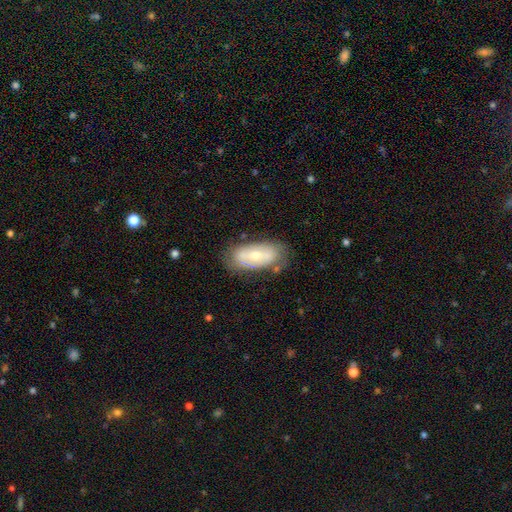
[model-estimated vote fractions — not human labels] A featured or disk galaxy (52%).

Vote fractions:
- Smooth or featured? featured or disk: 52% / smooth: 42% / star or artifact: 6%
- Edge-on disk? no: 89% / yes: 11%
- Merging? none: 70% / minor disturbance: 21% / major disturbance: 7% / merger: 3%